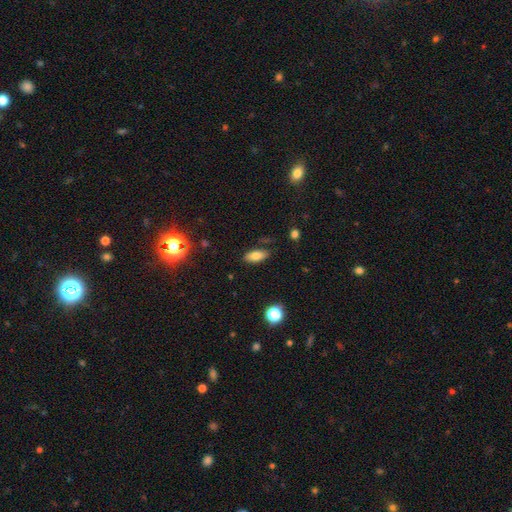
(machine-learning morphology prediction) Overall: smooth (78%). How rounded: in between (84%). Merging: none (81%).